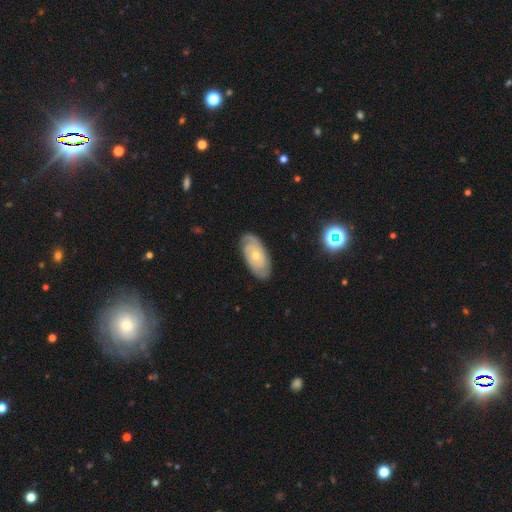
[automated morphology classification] featured or disk 75%, smooth 19%, star or artifact 6%. Down the decision tree: edge-on disk — no (93%); bar — no (80%); spiral arms — yes (89%); spiral arm count — 2 (46%); spiral winding — tight (76%); bulge size — small (53%); merging — none (82%).